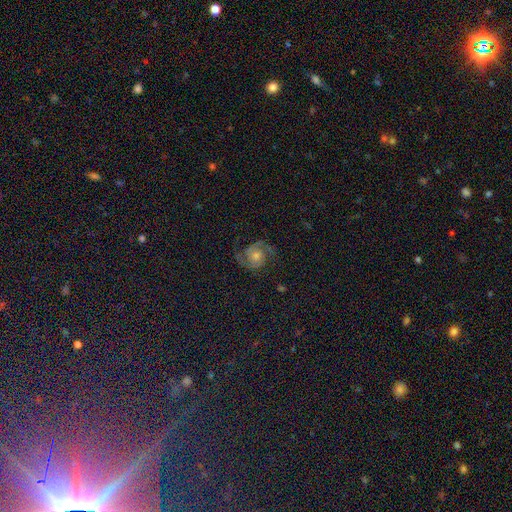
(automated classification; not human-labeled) This is likely a featured or disk galaxy (80%). It is clearly not viewed edge-on (98%). Bar: likely no (74%). Spiral arm pattern: clearly yes (97%). Spiral arm count: clearly 2 (89%). Spiral winding: possibly medium (53%). Central bulge: possibly moderate (57%). Merging: likely none (78%).